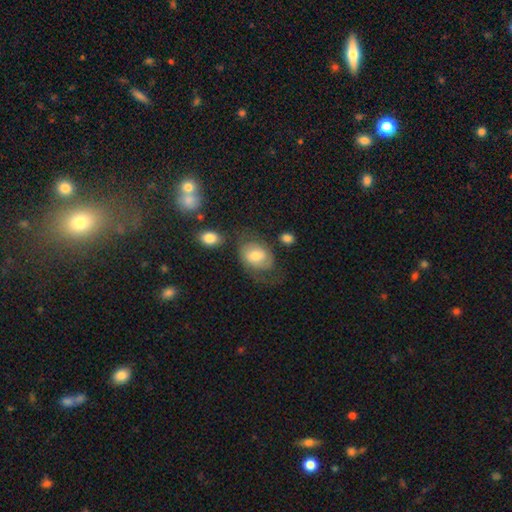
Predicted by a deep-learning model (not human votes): The model was most divided on "smooth or featured" (2-way tie): featured or disk: 46%, smooth: 46%, star or artifact: 8%. Remaining: merging — none (49%).